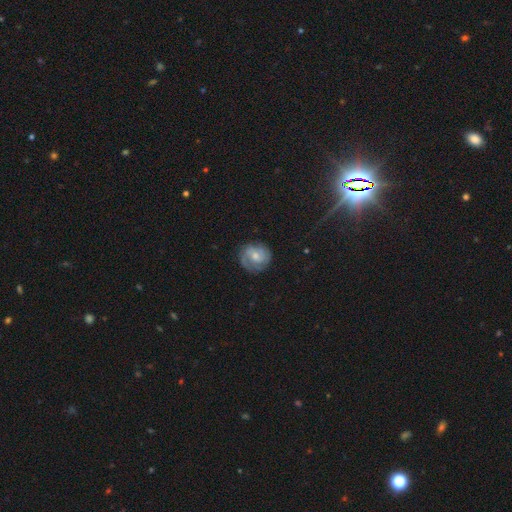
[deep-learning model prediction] A featured or disk galaxy (68%) with no bar (54%), 2 (50%) tight (55%) spiral arms (90%) and a moderate central bulge (52%).

Vote fractions:
- Smooth or featured? featured or disk: 68% / smooth: 24% / star or artifact: 7%
- Edge-on disk? no: 98% / yes: 2%
- Bar? no: 54% / weak: 39% / strong: 7%
- Spiral arms? yes: 90% / no: 10%
- Spiral winding? tight: 55% / medium: 35% / loose: 11%
- Spiral arm count? 2: 50% / can't tell: 24% / 3: 12% / 1: 7% / 4: 3% / more than 4: 3%
- Bulge size? moderate: 52% / small: 40% / large: 4% / none: 3% / dominant: 1%
- Merging? none: 73% / minor disturbance: 18% / major disturbance: 8% / merger: 1%